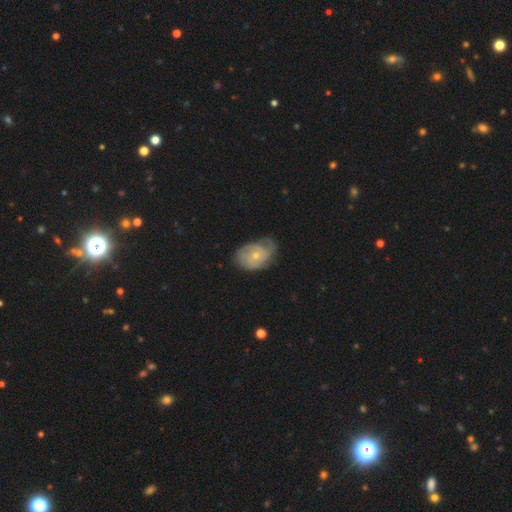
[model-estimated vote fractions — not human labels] featured or disk 66%, smooth 29%, star or artifact 6%. Down the decision tree: edge-on disk — no (97%); bar — no (77%); spiral arms — yes (86%); spiral arm count — can't tell (35%); spiral winding — tight (54%); bulge size — small (59%); merging — none (53%).